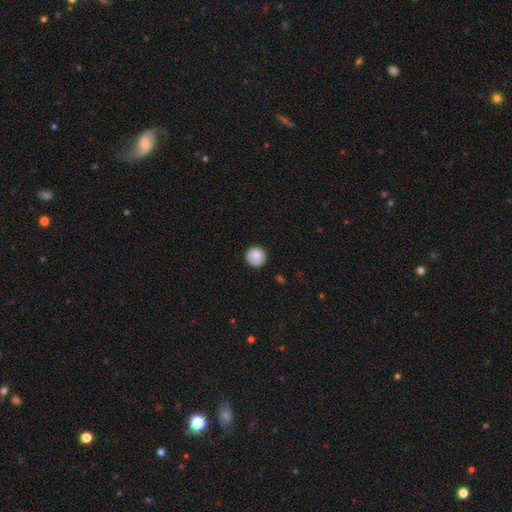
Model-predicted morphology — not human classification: smooth_or_featured: smooth (p=0.83) [alt: featured or disk p=0.09]
how_rounded: round (p=0.91) [alt: in between p=0.08]
merging: none (p=0.83) [alt: minor disturbance p=0.13]